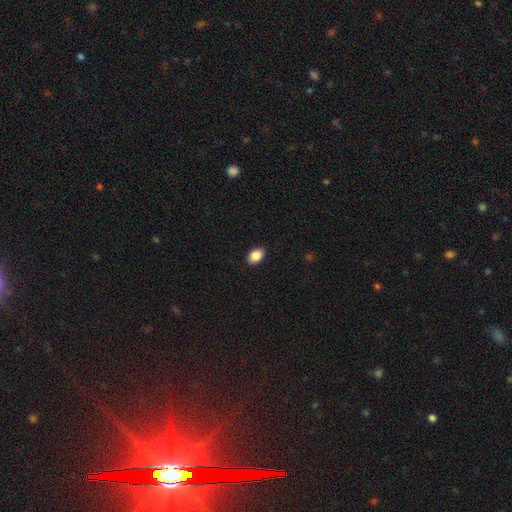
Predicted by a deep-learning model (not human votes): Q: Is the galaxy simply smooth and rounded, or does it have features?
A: smooth — 87%.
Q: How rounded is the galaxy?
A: in between — 85%.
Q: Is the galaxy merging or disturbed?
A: none — 88%.